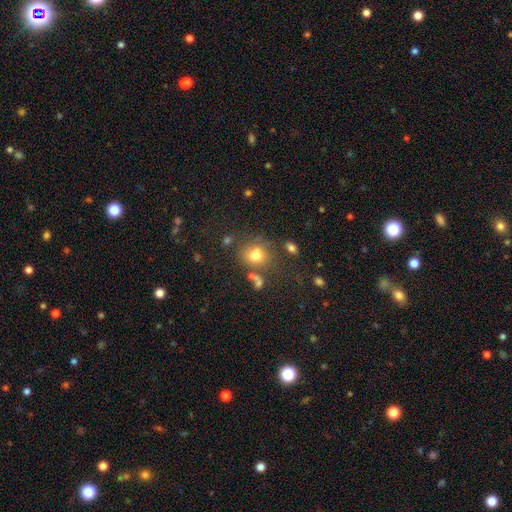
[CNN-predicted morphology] smooth_or_featured: smooth (p=0.73) [alt: star or artifact p=0.15]
how_rounded: round (p=0.71) [alt: in between p=0.28]
merging: none (p=0.63) [alt: minor disturbance p=0.16]